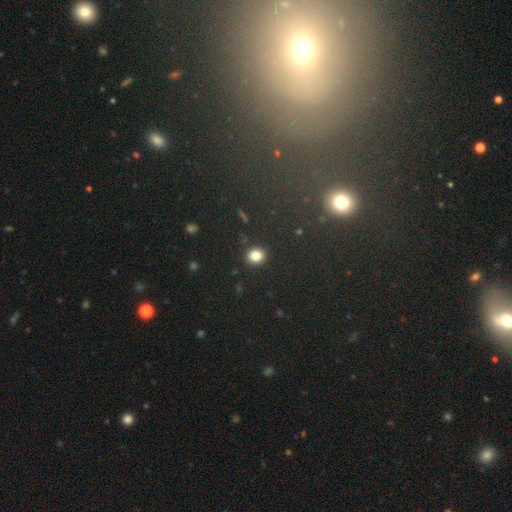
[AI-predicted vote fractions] This appears to be a smooth galaxy with no disk features (83%) that is round (78%). Merging: none (91%).